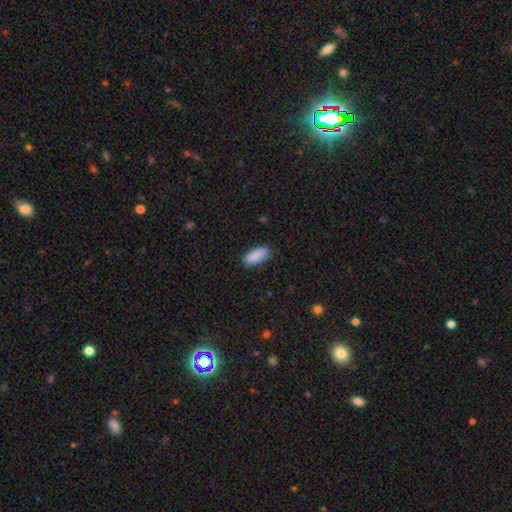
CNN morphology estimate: A smooth galaxy with no disk features (89%) that is in between round and cigar-shaped (82%). Merging: none (82%).